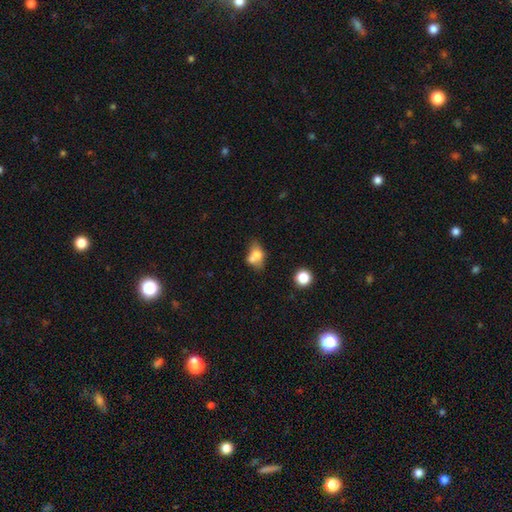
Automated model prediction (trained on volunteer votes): Morphology: type=smooth (67%); roundness=in between (68%); merging=merger (46%).